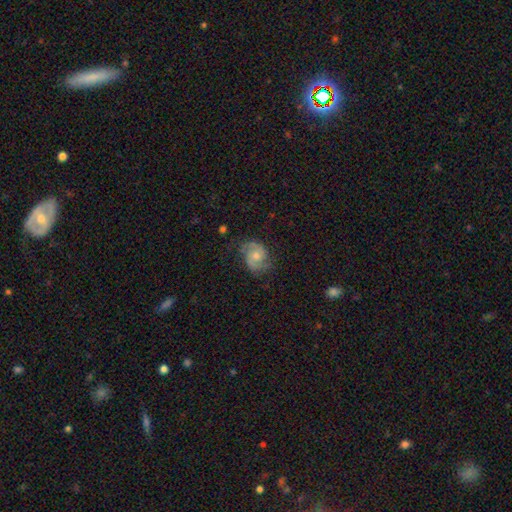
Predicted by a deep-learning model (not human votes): This is clearly a featured or disk galaxy (80%). It is clearly not viewed edge-on (98%). Bar: likely no (65%). Spiral arm pattern: clearly yes (96%). Spiral arm count: clearly 2 (88%). Spiral winding: possibly medium (51%). Central bulge: possibly moderate (49%). Merging: likely none (71%).